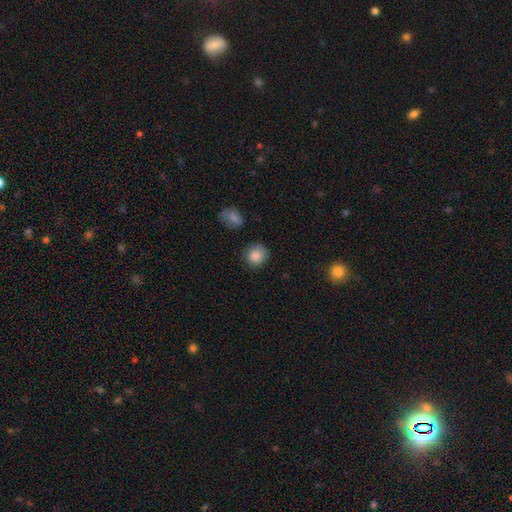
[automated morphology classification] A smooth galaxy with no disk features (86%) that is round (87%).

Vote fractions:
- Smooth or featured? smooth: 86% / star or artifact: 9% / featured or disk: 5%
- How rounded? round: 87% / in between: 12% / cigar-shaped: 1%
- Merging? none: 80% / minor disturbance: 14% / major disturbance: 3% / merger: 2%